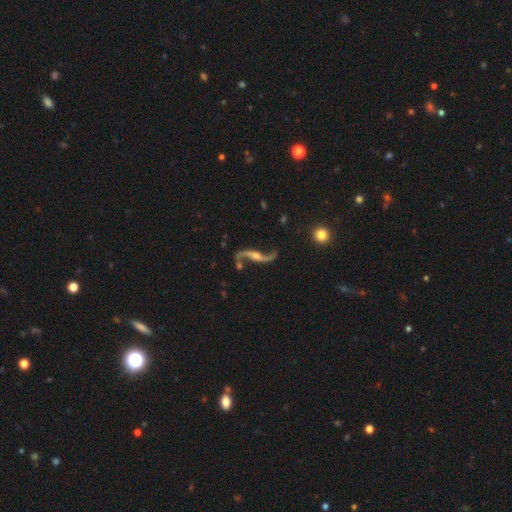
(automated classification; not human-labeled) The model was most divided on "bulge size": moderate: 44%, small: 37%, none: 9%, large: 8%, dominant: 2%. Remaining: spiral arms — yes (97%); spiral arm count — 2 (94%); spiral winding — loose (93%); smooth or featured — featured or disk (91%); edge-on disk — no (88%); merging — none (74%); bar — no (47%).